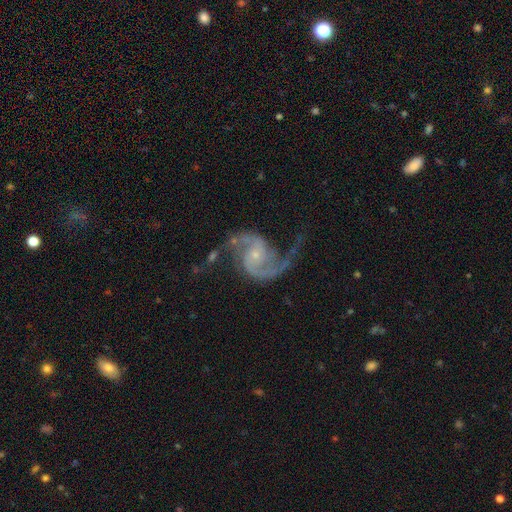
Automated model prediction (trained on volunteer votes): Q: Smooth or featured?
A: featured or disk (93%); runner-up: star or artifact (4%)
Q: Edge-on disk?
A: no (98%); runner-up: yes (2%)
Q: Bar?
A: no (62%); runner-up: weak (29%)
Q: Spiral arms?
A: yes (98%); runner-up: no (2%)
Q: Spiral winding?
A: medium (53%); runner-up: loose (37%)
Q: Spiral arm count?
A: 2 (93%); runner-up: 3 (2%)
Q: Bulge size?
A: small (74%); runner-up: moderate (20%)
Q: Merging?
A: none (67%); runner-up: minor disturbance (17%)